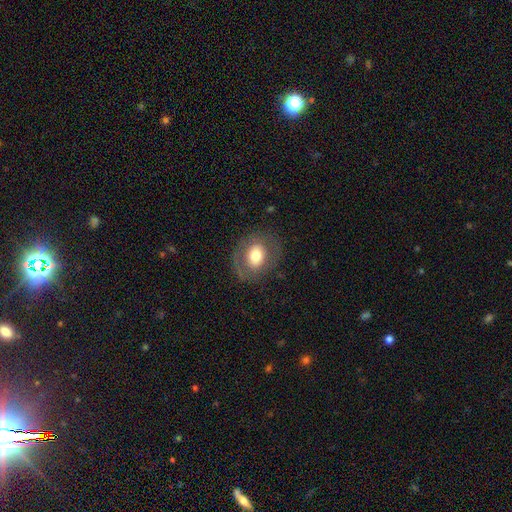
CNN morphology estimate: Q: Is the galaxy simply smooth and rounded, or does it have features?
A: smooth — 61%.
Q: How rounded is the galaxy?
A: in between — 53%.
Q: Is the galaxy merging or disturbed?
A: none — 78%.